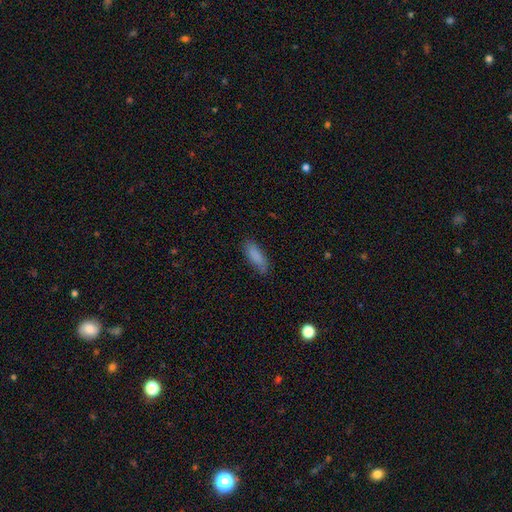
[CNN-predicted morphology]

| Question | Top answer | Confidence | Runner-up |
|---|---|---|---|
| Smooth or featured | smooth | 85% | featured or disk (8%) |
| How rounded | in between | 61% | cigar-shaped (37%) |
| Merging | none | 79% | minor disturbance (16%) |